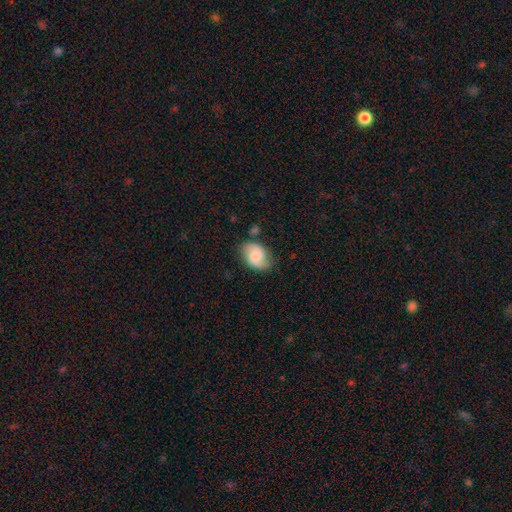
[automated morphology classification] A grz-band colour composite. It shows a smooth galaxy with no disk features (55%) that is in between round and cigar-shaped (78%). Merging: none (71%).